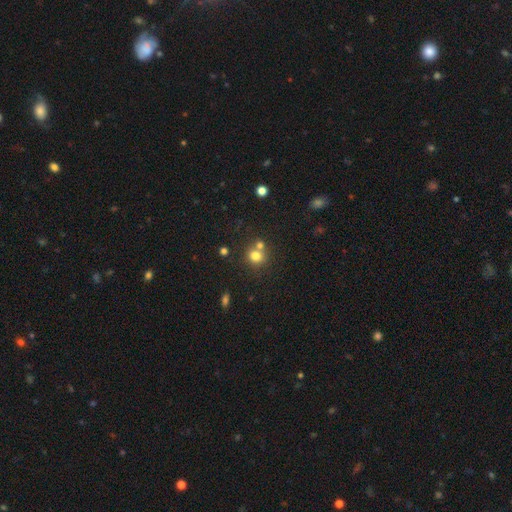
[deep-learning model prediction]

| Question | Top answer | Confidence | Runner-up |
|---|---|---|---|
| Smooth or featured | smooth | 76% | star or artifact (14%) |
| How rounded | round | 83% | in between (16%) |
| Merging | none | 56% | merger (33%) |